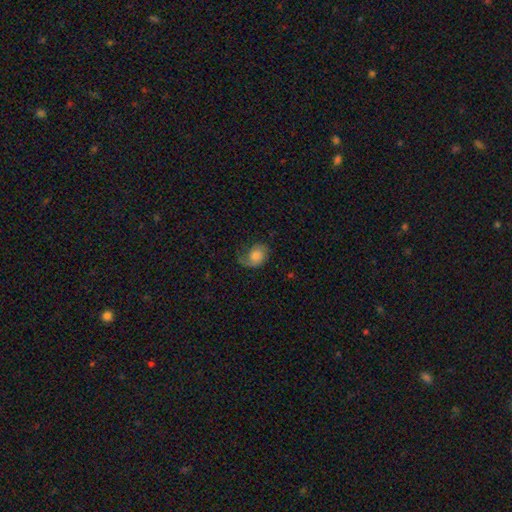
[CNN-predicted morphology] This is likely a smooth galaxy (63%). How rounded: likely in between (63%). Merging: marginally none (45%).